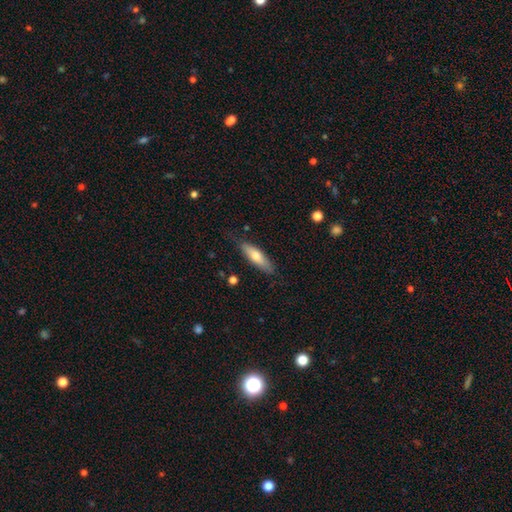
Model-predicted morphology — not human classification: Q: Smooth or featured?
A: smooth (67%); runner-up: featured or disk (27%)
Q: How rounded?
A: cigar-shaped (57%); runner-up: in between (41%)
Q: Merging?
A: none (79%); runner-up: minor disturbance (17%)